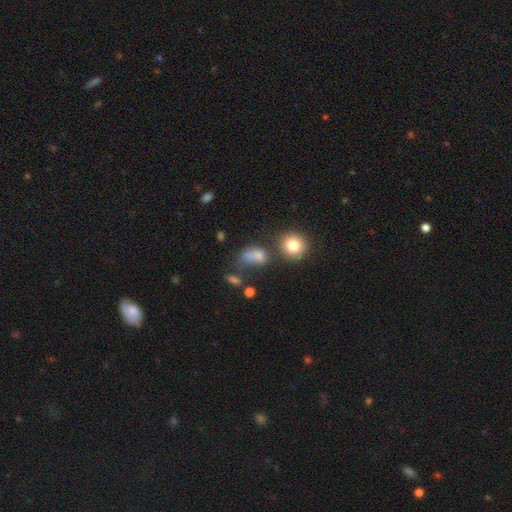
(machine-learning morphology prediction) A smooth galaxy with no disk features (70%) that is in between round and cigar-shaped (60%). Merging: none (32%).